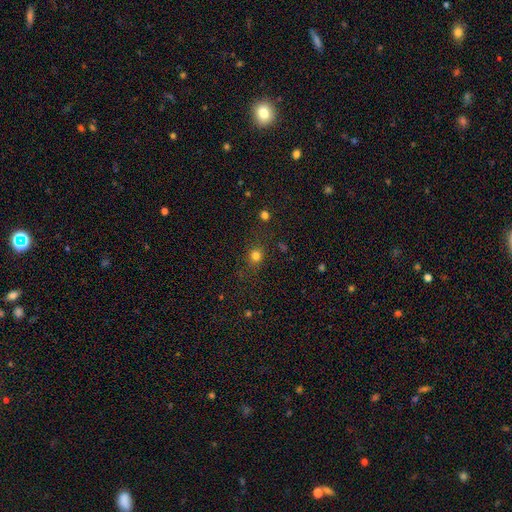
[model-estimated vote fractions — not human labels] Smooth or featured?
  - smooth: 76% *
  - star or artifact: 17%
  - featured or disk: 7%
How rounded?
  - round: 77% *
  - in between: 21%
  - cigar-shaped: 2%
Merging?
  - none: 79% *
  - minor disturbance: 13%
  - major disturbance: 6%
  - merger: 3%